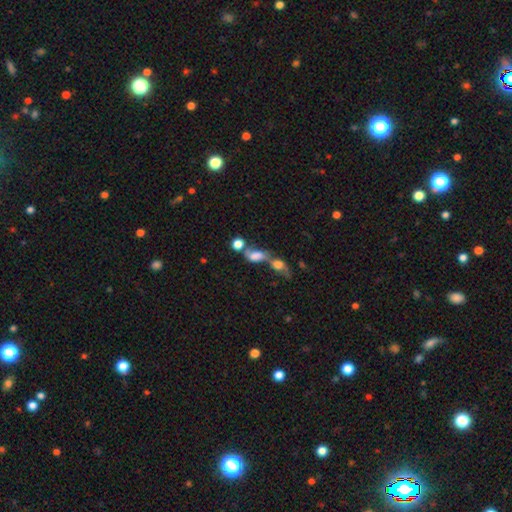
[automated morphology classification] Overall: smooth (64%). How rounded: in between (74%). Merging: merger (66%).